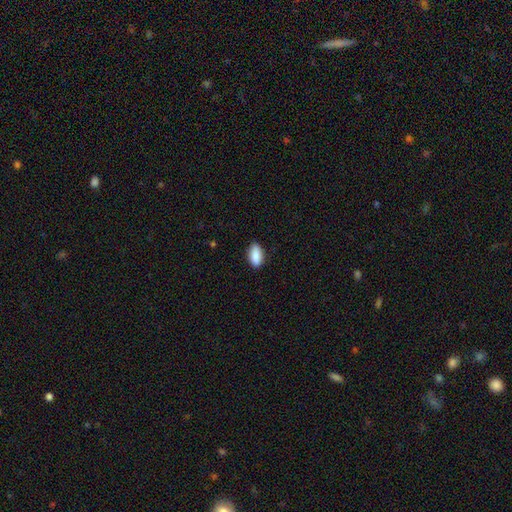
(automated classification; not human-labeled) This appears to be a smooth galaxy with no disk features (89%) that is in between round and cigar-shaped (91%). Merging: none (86%).